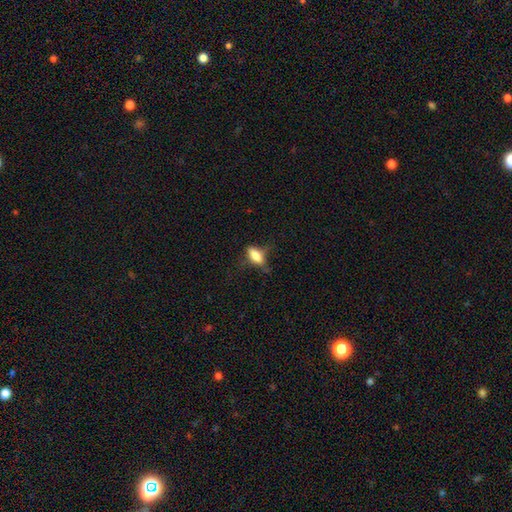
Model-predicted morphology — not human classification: Overall: smooth (71%). How rounded: in between (72%). Merging: none (46%; minor disturbance 31%).